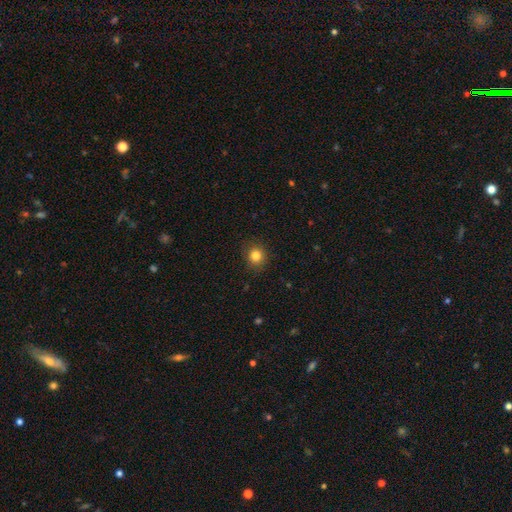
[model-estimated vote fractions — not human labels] Smooth or featured? smooth (82%)
How rounded? round (85%)
Merging? none (89%)